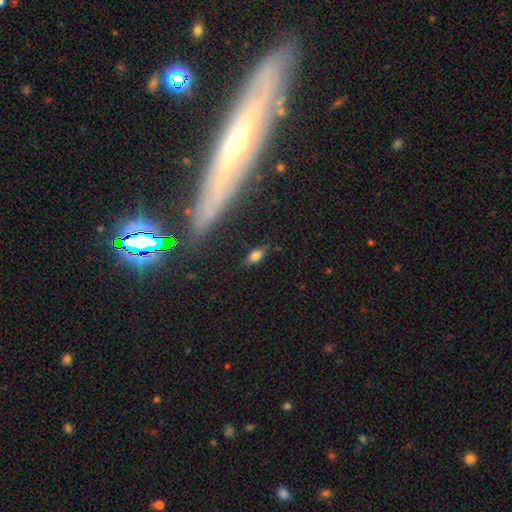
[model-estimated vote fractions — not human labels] A smooth galaxy with no disk features (73%) that is in between round and cigar-shaped (80%). Merging: none (79%).